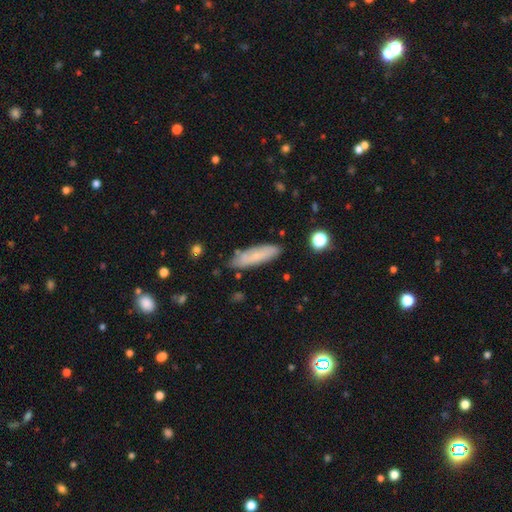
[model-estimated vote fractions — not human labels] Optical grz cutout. It shows a smooth galaxy with no disk features (69%) that is cigar-shaped (60%). Merging: none (81%).